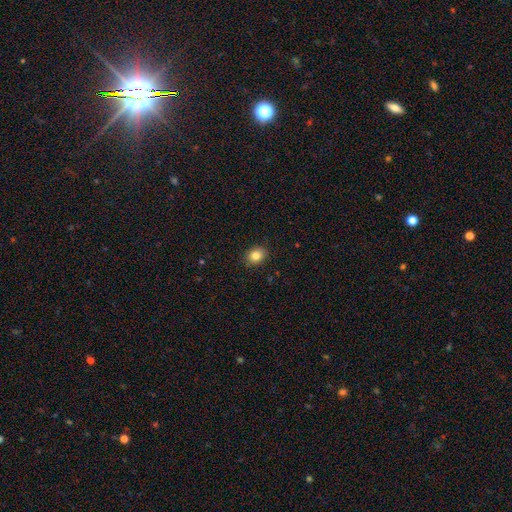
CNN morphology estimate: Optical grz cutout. It shows a smooth galaxy with no disk features (84%) that is round (52%). Merging: none (89%).